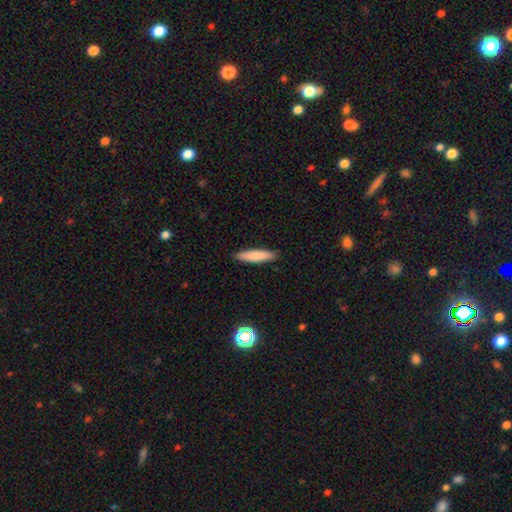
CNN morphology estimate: Smooth or featured?
  - smooth: 82% *
  - featured or disk: 13%
  - star or artifact: 6%
How rounded?
  - cigar-shaped: 83% *
  - in between: 16%
  - round: 1%
Merging?
  - none: 90% *
  - minor disturbance: 7%
  - major disturbance: 1%
  - merger: 1%